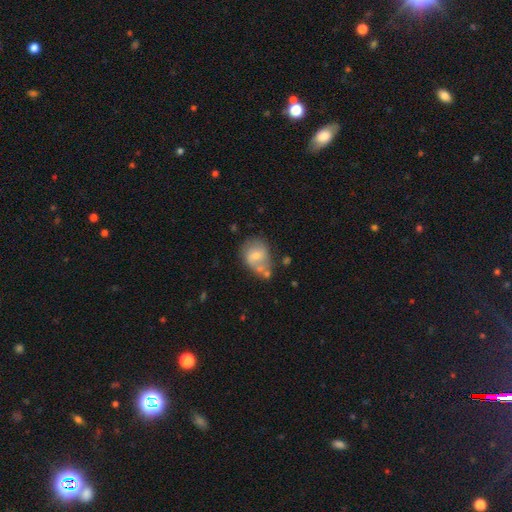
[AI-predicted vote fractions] Smooth or featured: smooth — 48% (featured or disk — 42%)
Merging: none — 42% (minor disturbance — 25%)